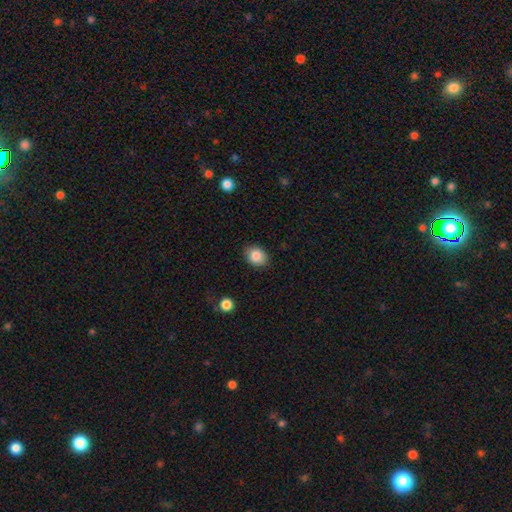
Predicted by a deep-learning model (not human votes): Smooth or featured?
  - smooth: 85% *
  - star or artifact: 9%
  - featured or disk: 7%
How rounded?
  - in between: 60% *
  - round: 39%
  - cigar-shaped: 1%
Merging?
  - none: 86% *
  - minor disturbance: 11%
  - major disturbance: 2%
  - merger: 1%